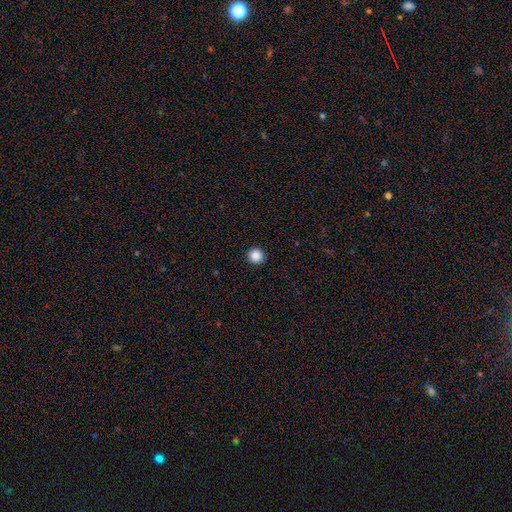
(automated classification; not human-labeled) smooth-or-featured: smooth: 87% | star or artifact: 10% | featured or disk: 3%
  how-rounded: round: 96% | in between: 3% | cigar-shaped: 1%
  merging: none: 94% | minor disturbance: 4% | major disturbance: 1% | merger: 1%